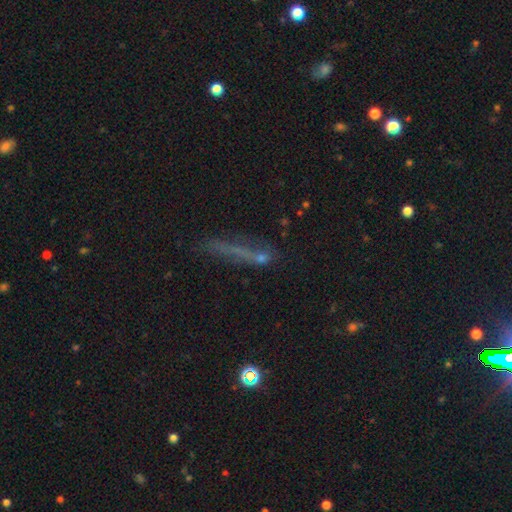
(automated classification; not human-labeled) Q: Smooth or featured?
A: smooth (46%); runner-up: featured or disk (34%)
Q: Merging?
A: none (55%); runner-up: minor disturbance (20%)